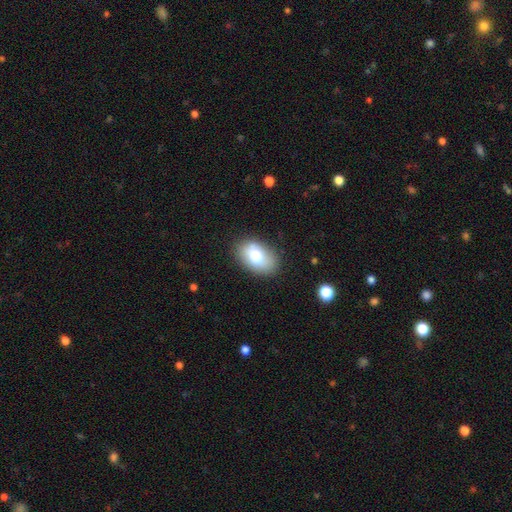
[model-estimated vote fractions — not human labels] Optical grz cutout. It shows a smooth galaxy with no disk features (77%) that is in between round and cigar-shaped (88%). Merging: none (81%).